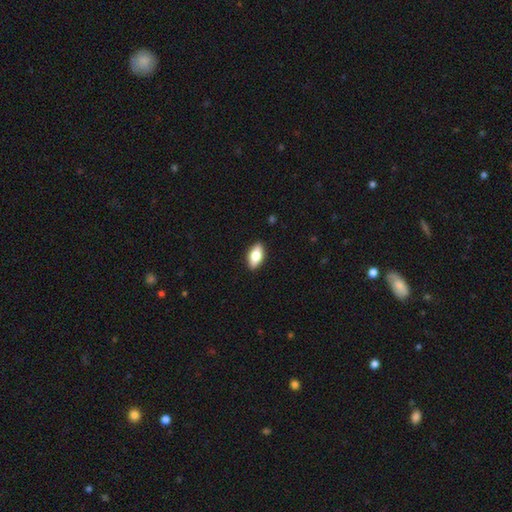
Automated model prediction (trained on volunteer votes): This appears to be a smooth galaxy with no disk features (72%) that is in between round and cigar-shaped (87%). Merging: none (89%).